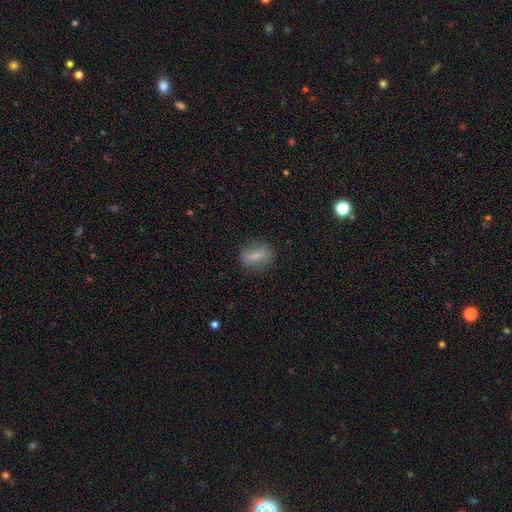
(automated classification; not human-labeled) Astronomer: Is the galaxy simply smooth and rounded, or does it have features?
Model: smooth — 73%.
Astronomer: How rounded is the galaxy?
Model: in between — 60%.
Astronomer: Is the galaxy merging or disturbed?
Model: none — 81%.